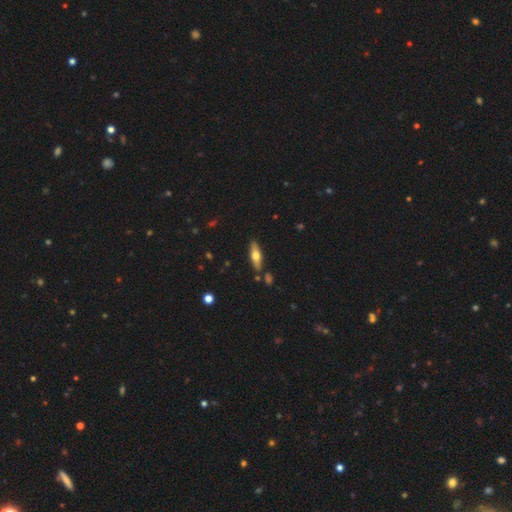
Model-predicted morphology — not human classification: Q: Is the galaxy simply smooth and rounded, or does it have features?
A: smooth — 54%.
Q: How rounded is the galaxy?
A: cigar-shaped — 50%.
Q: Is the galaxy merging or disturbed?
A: none — 82%.